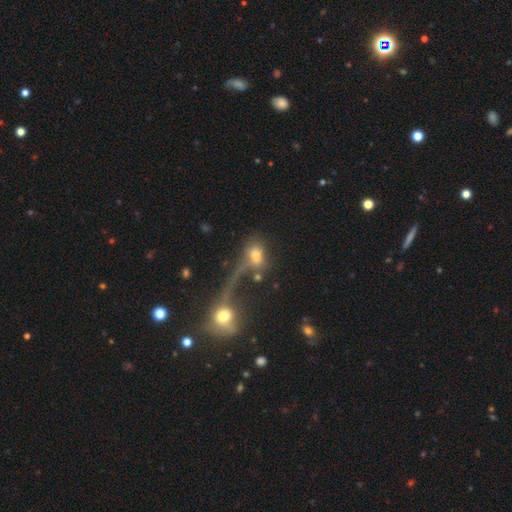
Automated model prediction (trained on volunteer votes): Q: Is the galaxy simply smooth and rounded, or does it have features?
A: smooth — 64%.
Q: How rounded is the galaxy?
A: in between — 61%.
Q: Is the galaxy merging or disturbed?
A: merger — 46%.